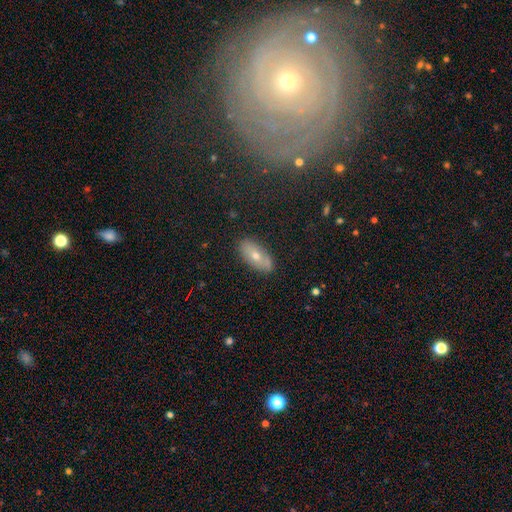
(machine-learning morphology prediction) smooth-or-featured: smooth: 54% | featured or disk: 32% | star or artifact: 14%
  how-rounded: in between: 82% | cigar-shaped: 13% | round: 5%
  merging: none: 86% | minor disturbance: 10% | major disturbance: 2% | merger: 2%